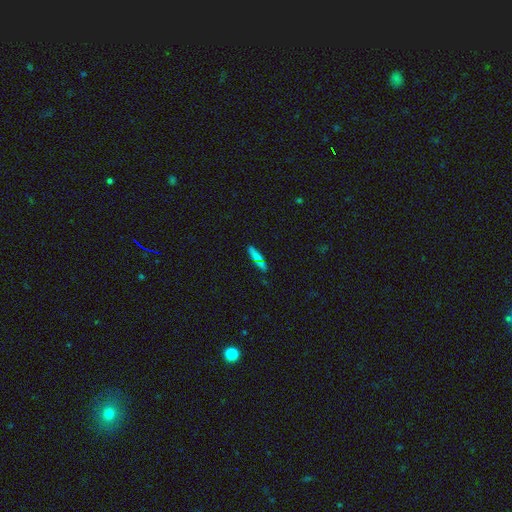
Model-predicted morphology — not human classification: This is likely a smooth galaxy (70%). How rounded: likely cigar-shaped (74%). Merging: clearly none (80%).